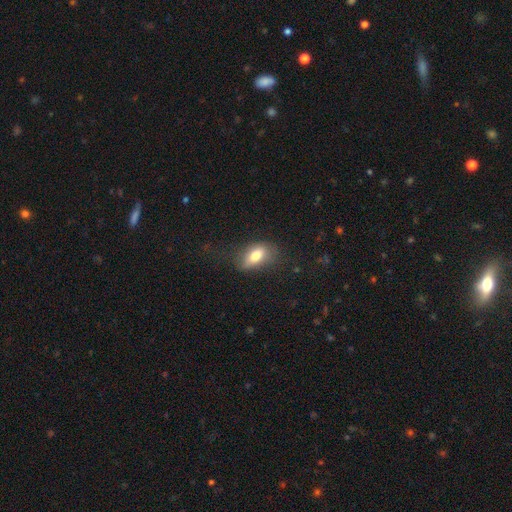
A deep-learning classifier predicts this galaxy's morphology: A smooth galaxy with no disk features (74%) that is in between round and cigar-shaped (87%). Merging: none (61%).